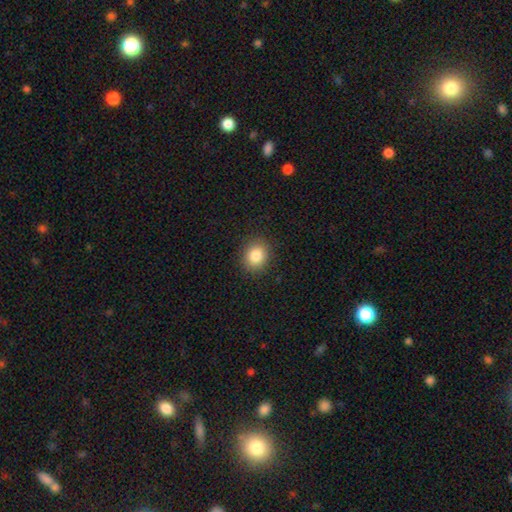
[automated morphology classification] Q: Smooth or featured?
A: smooth (84%); runner-up: star or artifact (10%)
Q: How rounded?
A: round (69%); runner-up: in between (31%)
Q: Merging?
A: none (89%); runner-up: minor disturbance (7%)